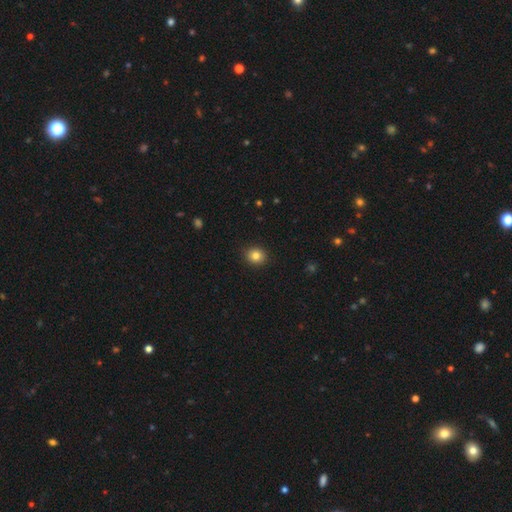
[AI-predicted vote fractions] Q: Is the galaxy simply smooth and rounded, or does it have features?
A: smooth — 82%.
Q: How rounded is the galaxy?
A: round — 78%.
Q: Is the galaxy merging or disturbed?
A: none — 91%.